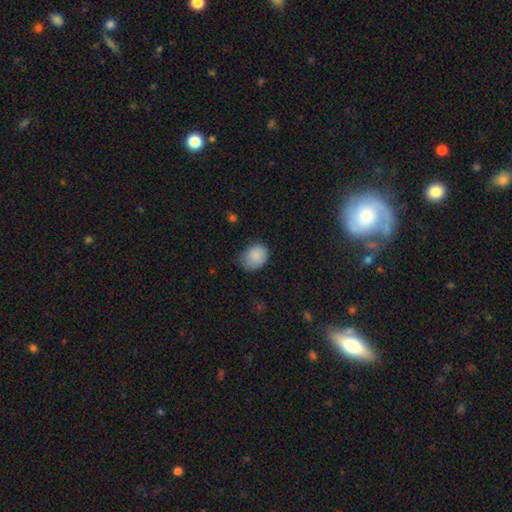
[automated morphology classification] Smooth or featured? smooth (87%)
How rounded? in between (51%)
Merging? none (65%)